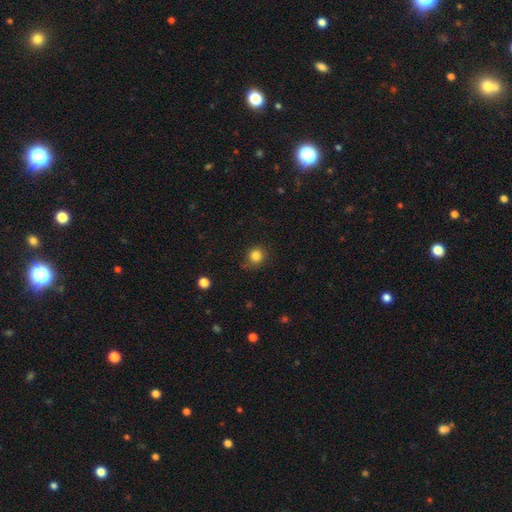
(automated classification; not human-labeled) A smooth galaxy with no disk features (84%) that is round (89%).

Vote fractions:
- Smooth or featured? smooth: 84% / star or artifact: 12% / featured or disk: 4%
- How rounded? round: 89% / in between: 10% / cigar-shaped: 1%
- Merging? none: 80% / minor disturbance: 14% / major disturbance: 4% / merger: 2%